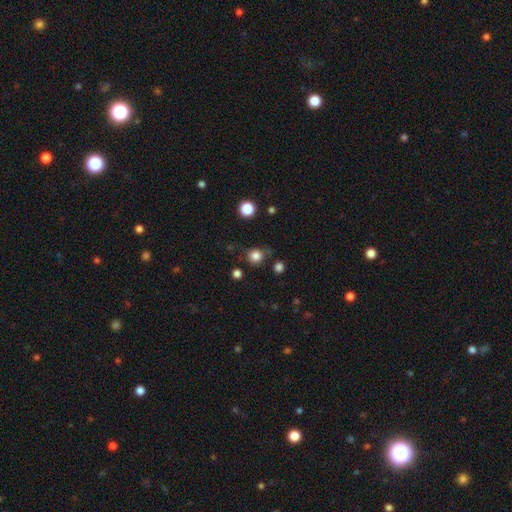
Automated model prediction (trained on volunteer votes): Q: Smooth or featured?
A: smooth (82%); runner-up: star or artifact (13%)
Q: How rounded?
A: round (88%); runner-up: in between (11%)
Q: Merging?
A: none (76%); runner-up: minor disturbance (15%)